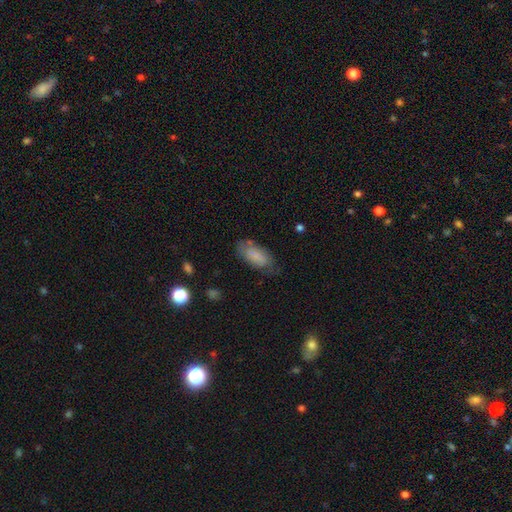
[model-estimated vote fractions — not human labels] Smooth or featured?
  - smooth: 76% *
  - featured or disk: 16%
  - star or artifact: 7%
How rounded?
  - in between: 87% *
  - cigar-shaped: 10%
  - round: 2%
Merging?
  - none: 66% *
  - minor disturbance: 23%
  - major disturbance: 8%
  - merger: 2%